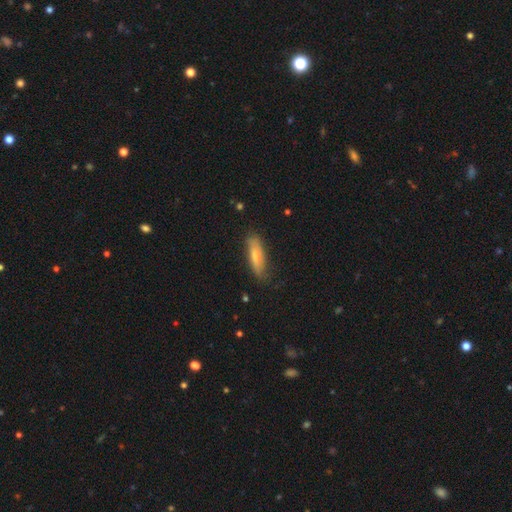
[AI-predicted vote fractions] smooth 65%, featured or disk 28%, star or artifact 6%. Down the decision tree: how rounded — cigar-shaped (54%); merging — none (77%).